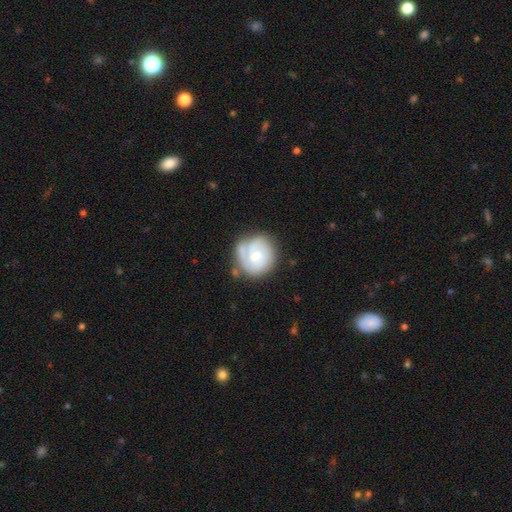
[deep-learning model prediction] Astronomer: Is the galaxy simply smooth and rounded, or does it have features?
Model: featured or disk — 58% (runner-up: smooth, 36%).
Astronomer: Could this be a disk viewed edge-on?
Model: no — 98%.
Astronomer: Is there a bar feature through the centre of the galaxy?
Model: no — 66%.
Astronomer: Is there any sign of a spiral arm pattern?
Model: yes — 78%.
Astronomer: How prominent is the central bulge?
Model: small — 47% (runner-up: moderate, 43%).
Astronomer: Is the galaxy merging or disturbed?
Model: none — 60%.